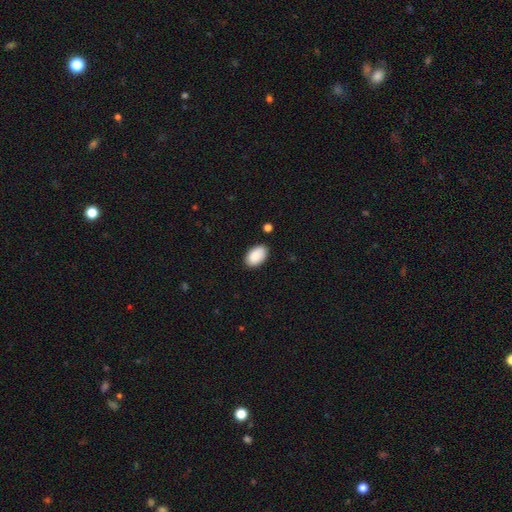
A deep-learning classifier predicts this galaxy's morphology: The model was most divided on "merging": none: 84%, minor disturbance: 12%, major disturbance: 2%, merger: 2%. More confident: how rounded — in between (94%); smooth or featured — smooth (89%).